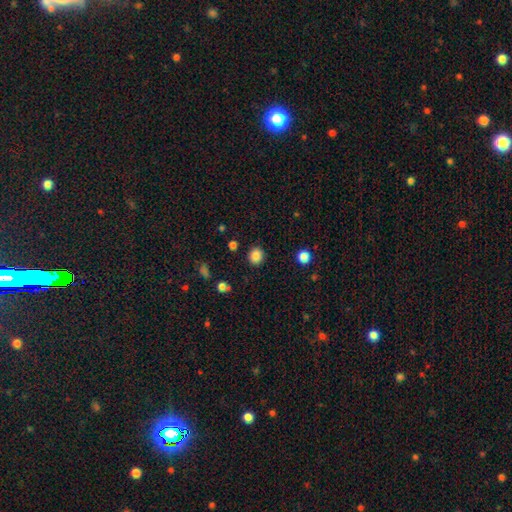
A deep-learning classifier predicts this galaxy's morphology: Smooth or featured? Predicted: smooth (p=0.85). How rounded? Predicted: round (p=0.81). Merging? Predicted: none (p=0.89).